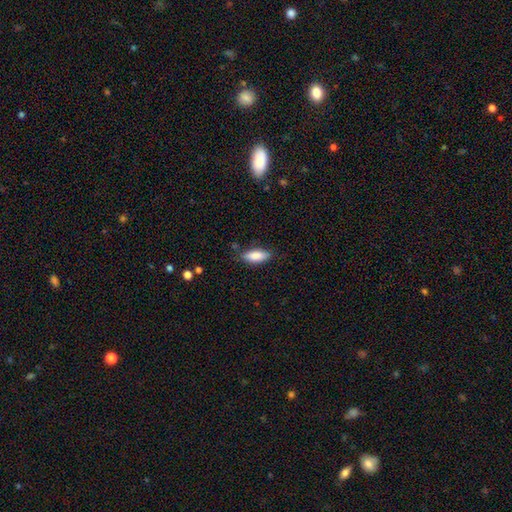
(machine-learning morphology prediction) A smooth galaxy with no disk features (84%) that is in between round and cigar-shaped (76%). Merging: none (80%).